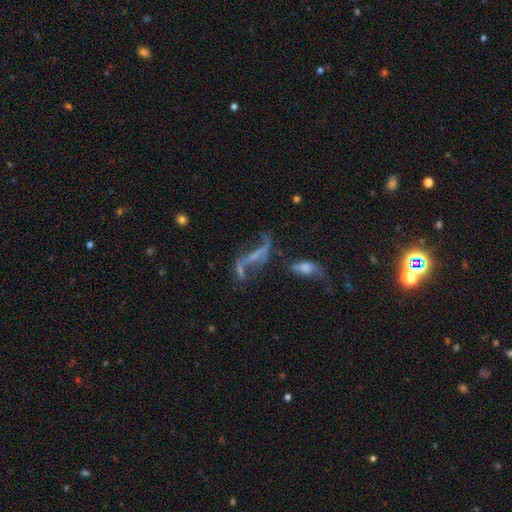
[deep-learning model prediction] featured or disk 65%, smooth 18%, star or artifact 17%. Down the decision tree: edge-on disk — no (83%); bar — no (40%); spiral arms — yes (61%); bulge size — none (61%); merging — none (33%).